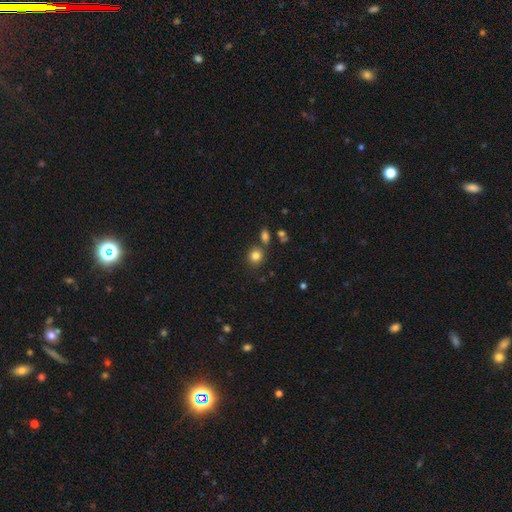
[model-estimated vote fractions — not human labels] The model was most divided on "how rounded": round: 82%, in between: 17%, cigar-shaped: 1%. More confident: smooth or featured — smooth (82%); merging — none (76%).